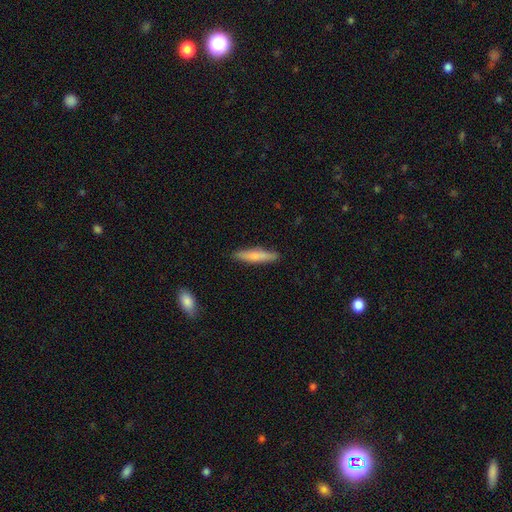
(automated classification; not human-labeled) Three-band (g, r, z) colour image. It shows a smooth galaxy with no disk features (71%) that is cigar-shaped (87%). Merging: none (89%).